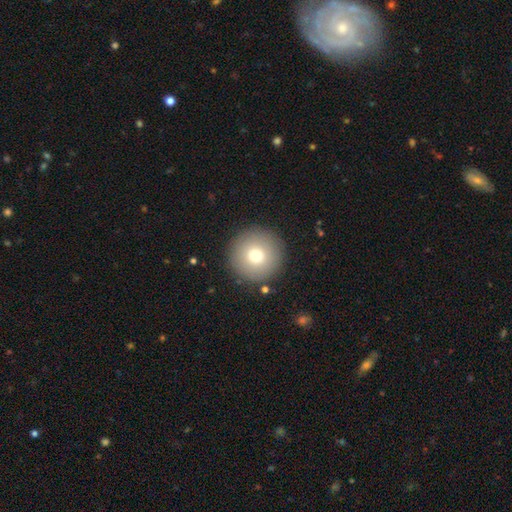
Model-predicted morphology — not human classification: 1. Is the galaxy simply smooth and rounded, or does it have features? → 75% smooth, 15% featured or disk, 11% star or artifact.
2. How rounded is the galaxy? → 97% round, 2% in between, 1% cigar-shaped.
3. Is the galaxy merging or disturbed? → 90% none, 6% minor disturbance, 2% major disturbance, 2% merger.